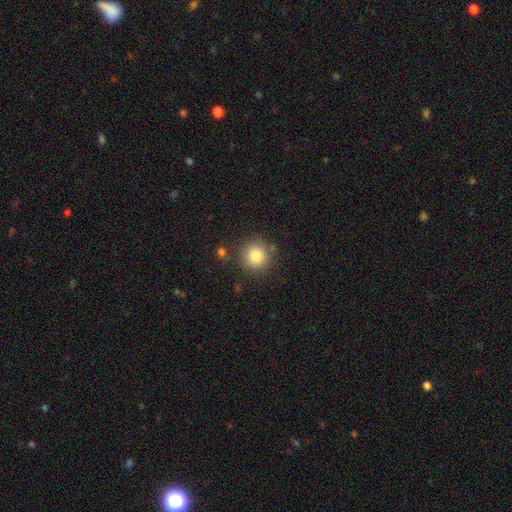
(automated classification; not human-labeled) smooth-or-featured: smooth: 84% | star or artifact: 10% | featured or disk: 6%
  how-rounded: round: 92% | in between: 7% | cigar-shaped: 1%
  merging: none: 84% | minor disturbance: 10% | merger: 4% | major disturbance: 3%